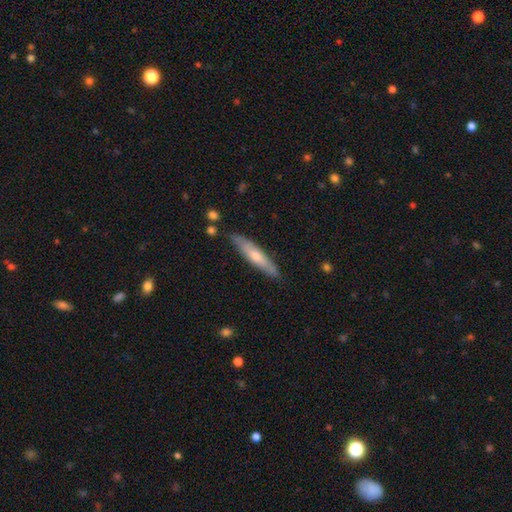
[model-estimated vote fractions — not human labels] This appears to be a smooth galaxy with no disk features (49%). Merging: none (84%).